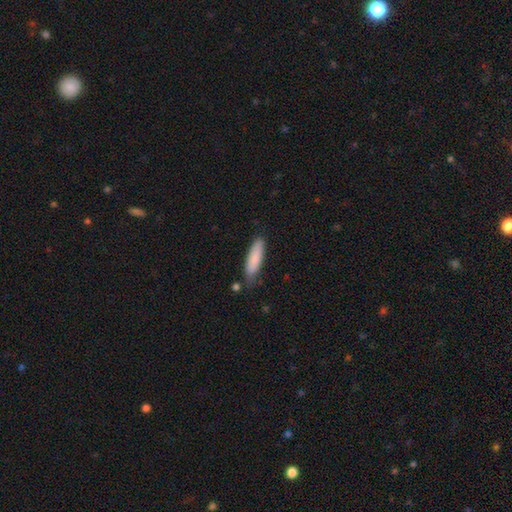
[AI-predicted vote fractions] A smooth galaxy with no disk features (85%) that is cigar-shaped (66%).

Vote fractions:
- Smooth or featured? smooth: 85% / featured or disk: 10% / star or artifact: 6%
- How rounded? cigar-shaped: 66% / in between: 33% / round: 1%
- Merging? none: 78% / minor disturbance: 16% / merger: 3% / major disturbance: 3%